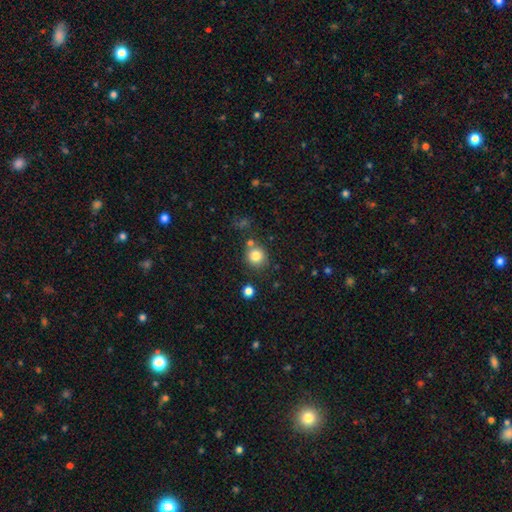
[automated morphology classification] Smooth or featured? Predicted: smooth (p=0.82). How rounded? Predicted: round (p=0.90). Merging? Predicted: none (p=0.76).